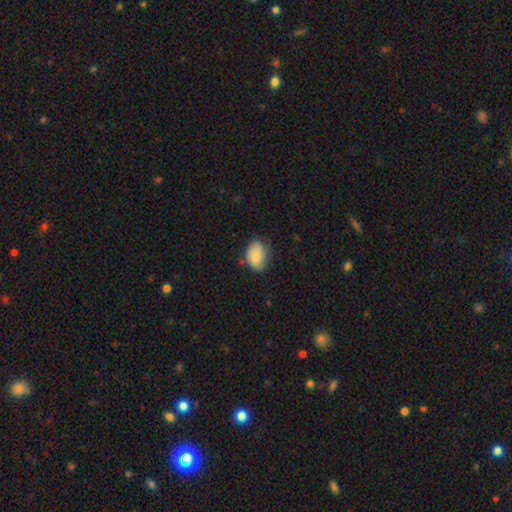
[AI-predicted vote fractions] A smooth galaxy with no disk features (80%) that is in between round and cigar-shaped (80%). Merging: none (60%).